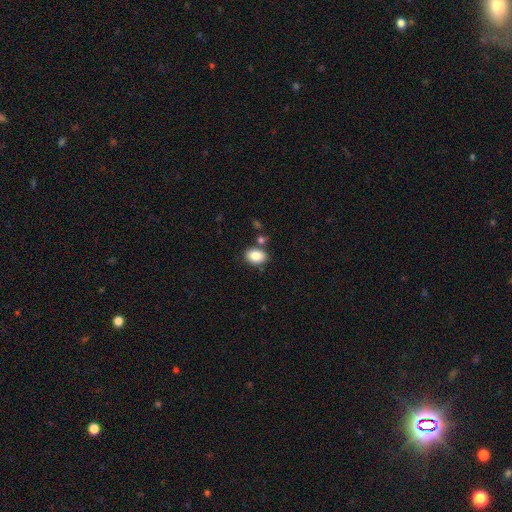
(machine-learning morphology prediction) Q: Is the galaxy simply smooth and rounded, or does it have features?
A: smooth — 86%.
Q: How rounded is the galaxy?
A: in between — 76%.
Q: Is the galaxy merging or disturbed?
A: none — 75%.